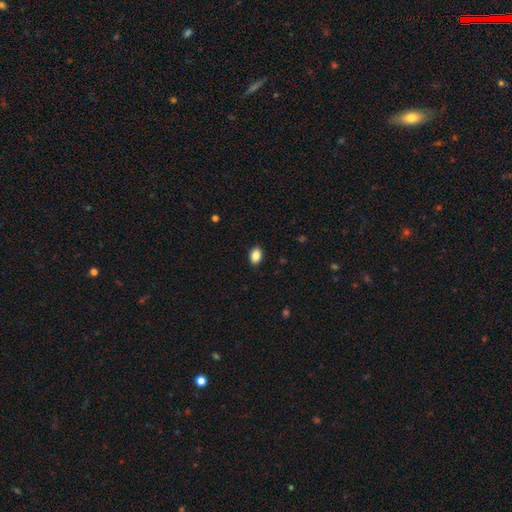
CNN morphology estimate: Smooth or featured: smooth — 87% (star or artifact — 8%)
How rounded: in between — 83% (round — 16%)
Merging: none — 88% (minor disturbance — 9%)